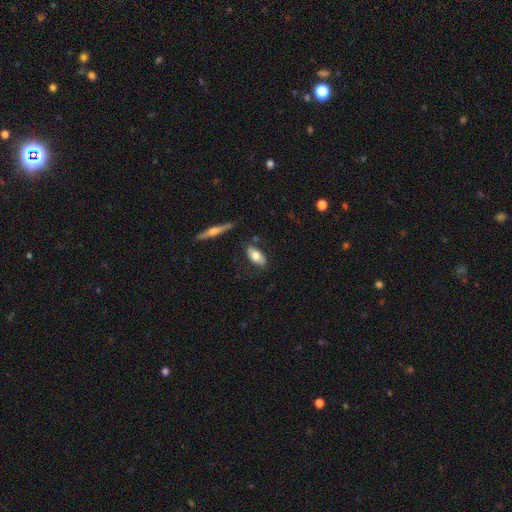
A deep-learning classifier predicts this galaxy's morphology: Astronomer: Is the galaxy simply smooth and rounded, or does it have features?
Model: smooth — 65%.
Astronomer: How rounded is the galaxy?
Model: in between — 88%.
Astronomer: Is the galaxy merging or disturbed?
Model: none — 73%.